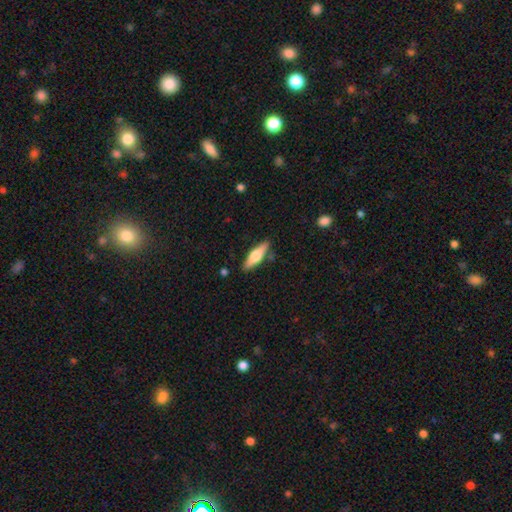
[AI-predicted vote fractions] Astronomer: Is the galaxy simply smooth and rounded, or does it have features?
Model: smooth — 55% (runner-up: featured or disk, 39%).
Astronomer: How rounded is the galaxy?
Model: cigar-shaped — 55% (runner-up: in between, 43%).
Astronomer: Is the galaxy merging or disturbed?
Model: none — 84%.